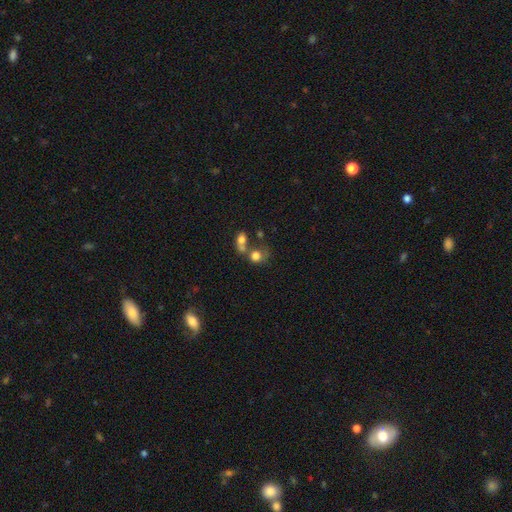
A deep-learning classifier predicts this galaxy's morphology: Smooth or featured?
  - smooth: 75% *
  - featured or disk: 13%
  - star or artifact: 12%
How rounded?
  - round: 66% *
  - in between: 32%
  - cigar-shaped: 1%
Merging?
  - merger: 51% *
  - none: 30%
  - minor disturbance: 10%
  - major disturbance: 9%